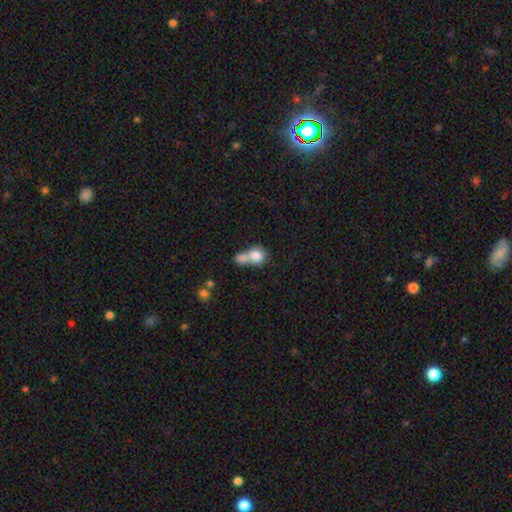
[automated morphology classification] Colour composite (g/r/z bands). It shows a smooth galaxy with no disk features (76%) that is round (71%). Merging: merger (67%).